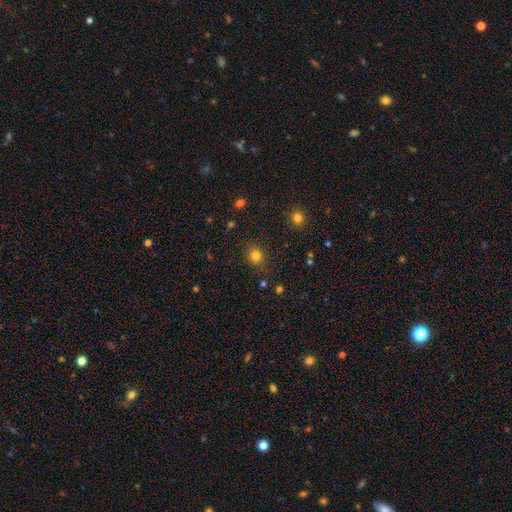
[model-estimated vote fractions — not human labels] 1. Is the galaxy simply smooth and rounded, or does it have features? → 81% smooth, 14% star or artifact, 6% featured or disk.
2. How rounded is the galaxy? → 73% round, 26% in between, 1% cigar-shaped.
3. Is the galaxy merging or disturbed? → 86% none, 9% minor disturbance, 3% major disturbance, 2% merger.